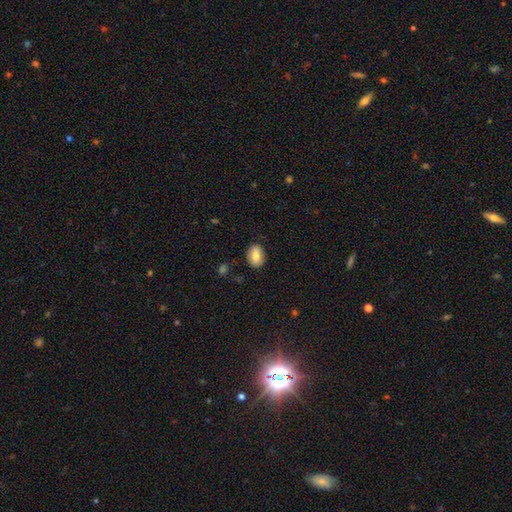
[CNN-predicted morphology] A smooth galaxy with no disk features (81%) that is in between round and cigar-shaped (82%). Merging: none (85%).